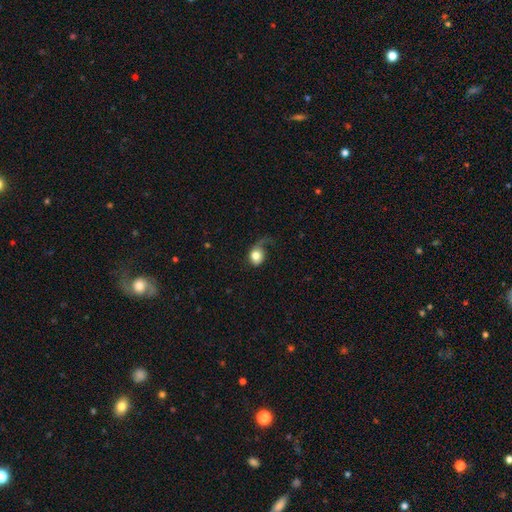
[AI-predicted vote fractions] smooth_or_featured: smooth (p=0.69) [alt: featured or disk p=0.22]
how_rounded: round (p=0.60) [alt: in between p=0.38]
merging: major disturbance (p=0.43) [alt: none p=0.29]